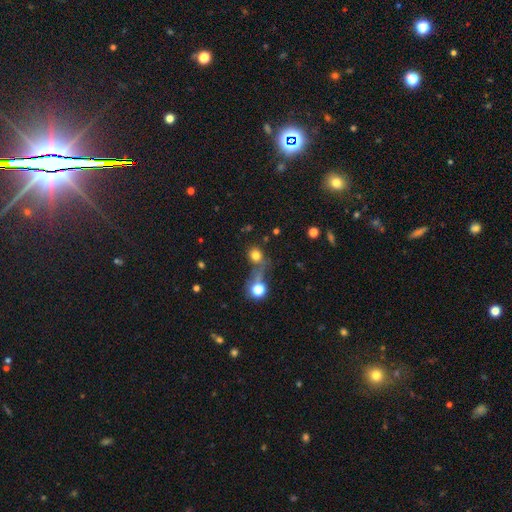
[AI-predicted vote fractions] Overall: smooth (75%). How rounded: round (81%). Merging: none (56%; merger 23%).